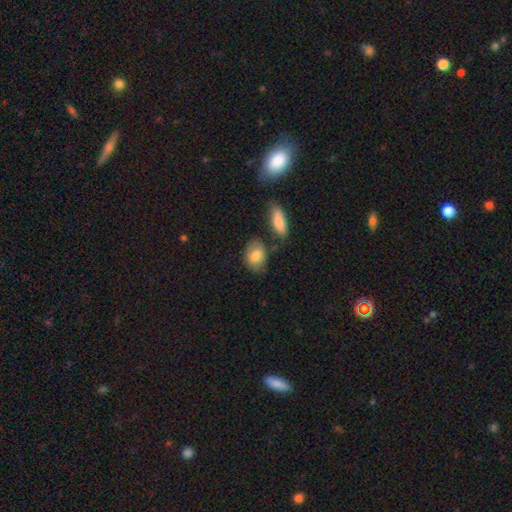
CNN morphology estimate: smooth-or-featured: smooth: 79% | featured or disk: 14% | star or artifact: 7%
  how-rounded: in between: 78% | round: 20% | cigar-shaped: 2%
  merging: none: 64% | minor disturbance: 21% | merger: 9% | major disturbance: 6%